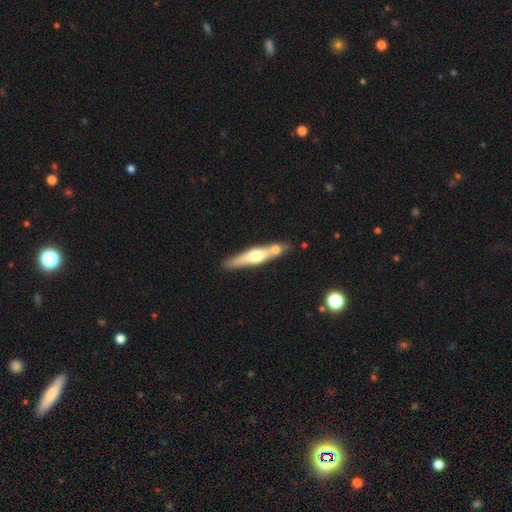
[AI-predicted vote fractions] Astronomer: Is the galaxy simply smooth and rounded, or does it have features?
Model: featured or disk — 55% (runner-up: smooth, 40%).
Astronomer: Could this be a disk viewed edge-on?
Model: yes — 92%.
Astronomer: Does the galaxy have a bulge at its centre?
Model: rounded — 89%.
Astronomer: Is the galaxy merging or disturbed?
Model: none — 66%.